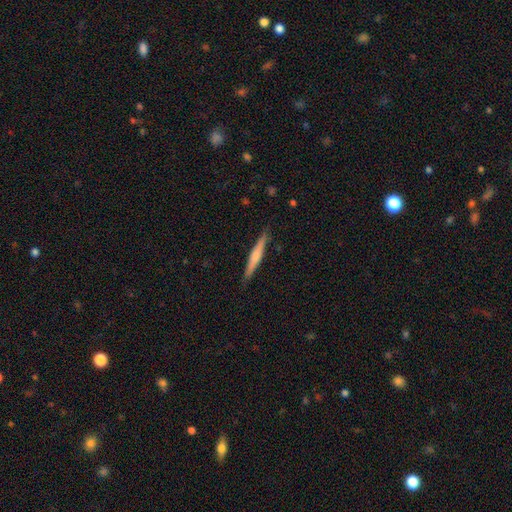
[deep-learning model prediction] Overall: smooth (50%; featured or disk 44%). How rounded: cigar-shaped (95%). Merging: none (89%).